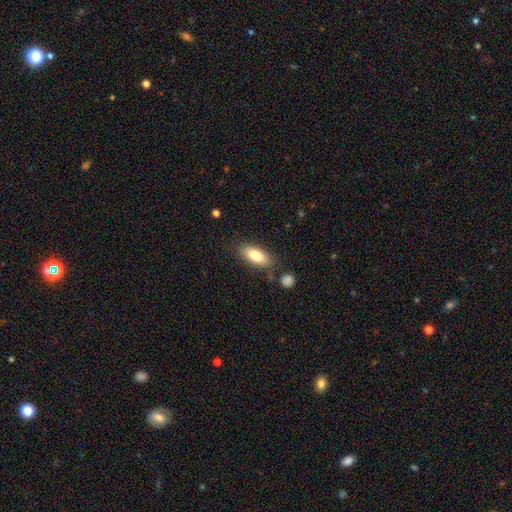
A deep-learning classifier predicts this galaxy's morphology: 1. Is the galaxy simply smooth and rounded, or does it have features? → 79% smooth, 14% featured or disk, 7% star or artifact.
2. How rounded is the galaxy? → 83% in between, 14% cigar-shaped, 3% round.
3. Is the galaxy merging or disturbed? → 80% none, 12% minor disturbance, 4% merger, 3% major disturbance.